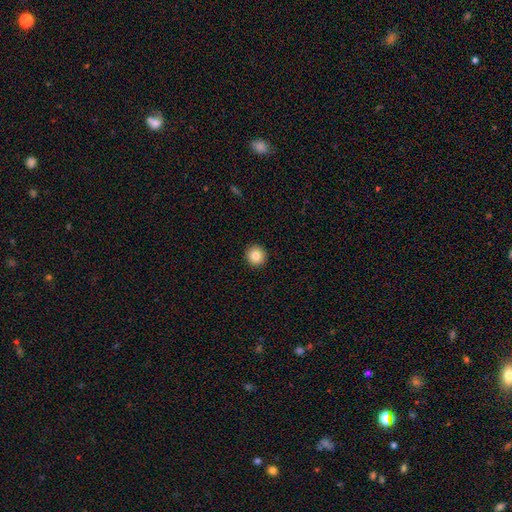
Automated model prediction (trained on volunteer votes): Smooth or featured: smooth — 84% (star or artifact — 9%)
How rounded: round — 95% (in between — 4%)
Merging: none — 93% (minor disturbance — 4%)